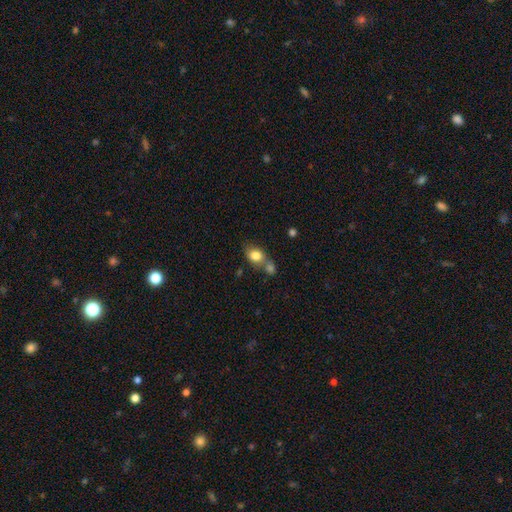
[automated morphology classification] This appears to be a smooth galaxy with no disk features (81%) that is in between round and cigar-shaped (59%). Merging: merger (44%).